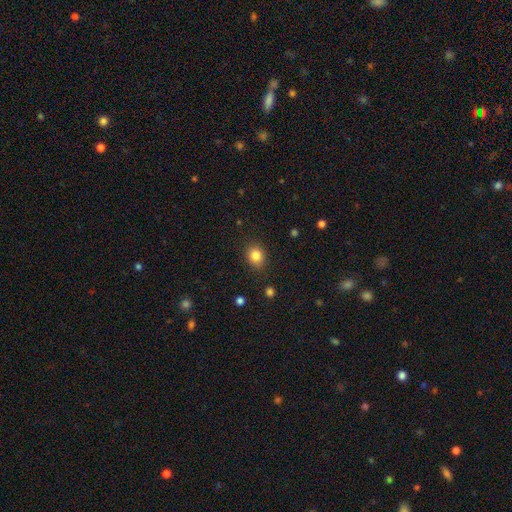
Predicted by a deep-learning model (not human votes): Smooth or featured?
  - smooth: 84% *
  - star or artifact: 11%
  - featured or disk: 5%
How rounded?
  - round: 66% *
  - in between: 34%
  - cigar-shaped: 1%
Merging?
  - none: 87% *
  - minor disturbance: 9%
  - major disturbance: 3%
  - merger: 1%